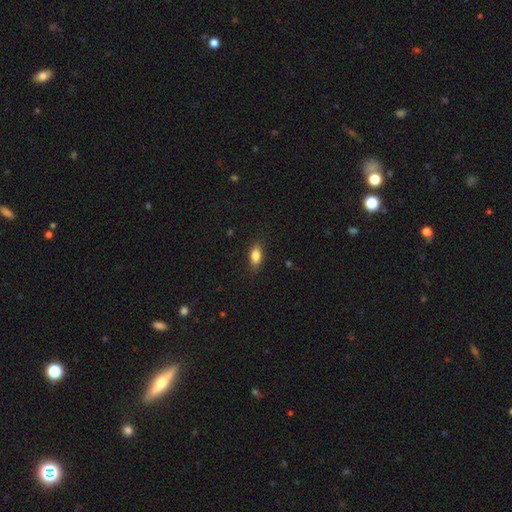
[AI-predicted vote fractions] Smooth or featured? smooth (84%)
How rounded? in between (85%)
Merging? none (85%)